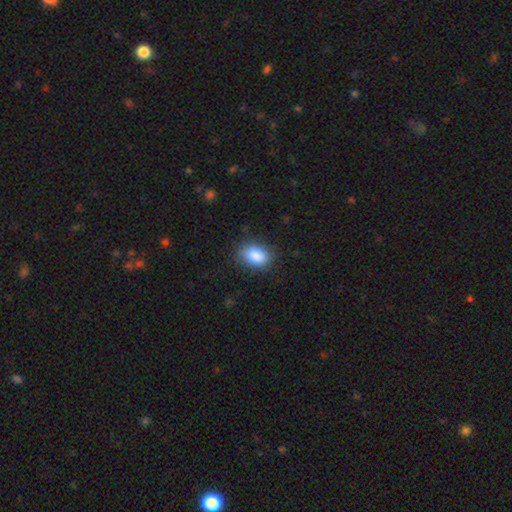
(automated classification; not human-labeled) smooth 88%, star or artifact 7%, featured or disk 5%. Down the decision tree: how rounded — in between (86%); merging — none (82%).